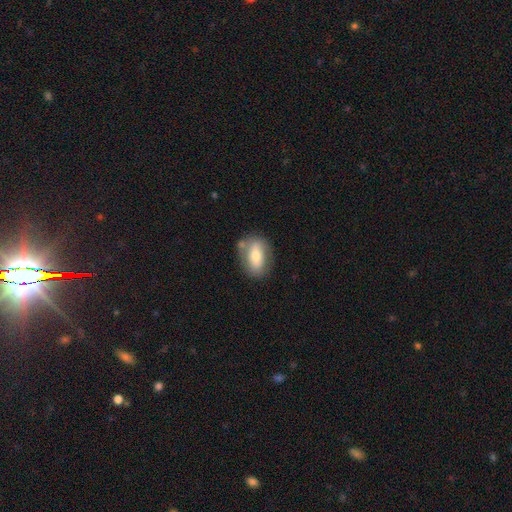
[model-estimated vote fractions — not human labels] Smooth or featured?
  - smooth: 62% *
  - featured or disk: 31%
  - star or artifact: 7%
How rounded?
  - in between: 82% *
  - round: 14%
  - cigar-shaped: 4%
Merging?
  - none: 69% *
  - minor disturbance: 17%
  - merger: 9%
  - major disturbance: 5%